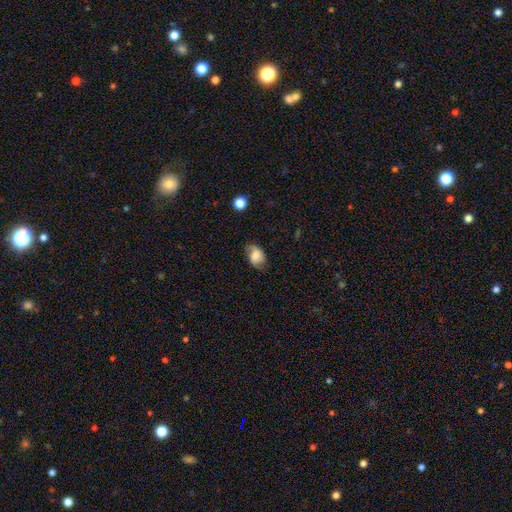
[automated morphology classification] type=smooth (54%); roundness=in between (75%); merging=none (65%).